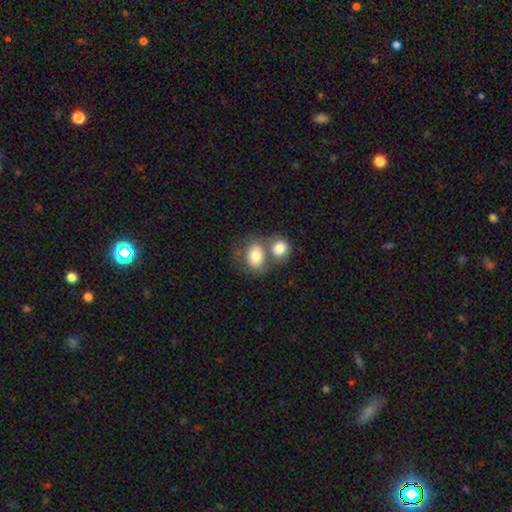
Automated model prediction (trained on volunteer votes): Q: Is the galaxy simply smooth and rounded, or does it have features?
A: smooth — 77%.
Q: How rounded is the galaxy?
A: in between — 59%.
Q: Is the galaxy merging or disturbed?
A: merger — 53%.